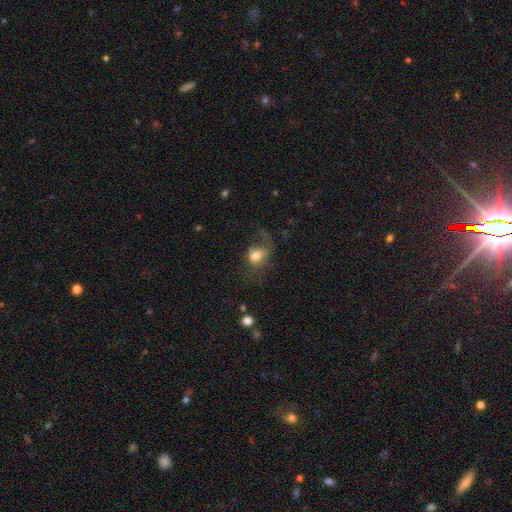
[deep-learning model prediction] Overall: smooth (64%; featured or disk 25%). How rounded: in between (57%; round 41%). Merging: major disturbance (44%; none 32%).